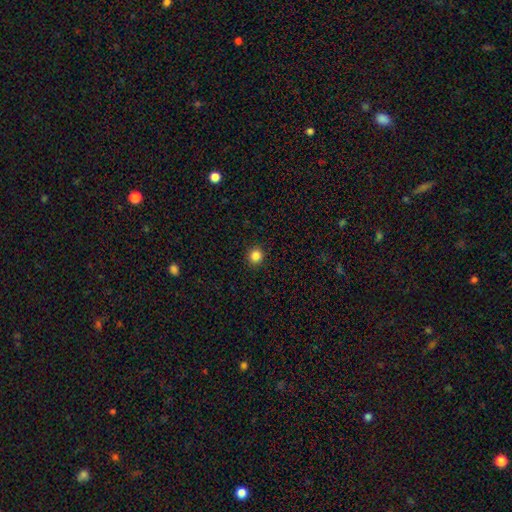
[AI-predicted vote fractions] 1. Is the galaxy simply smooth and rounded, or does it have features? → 85% smooth, 11% star or artifact, 4% featured or disk.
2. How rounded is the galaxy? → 93% round, 6% in between, 1% cigar-shaped.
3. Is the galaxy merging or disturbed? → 93% none, 5% minor disturbance, 2% major disturbance, 1% merger.